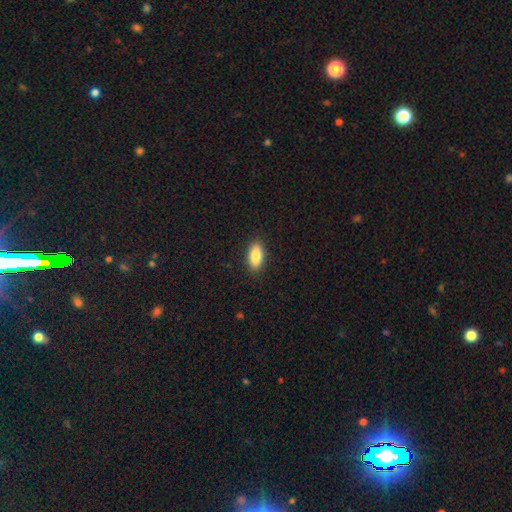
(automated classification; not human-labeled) Overall: smooth (85%). How rounded: in between (84%). Merging: none (89%).